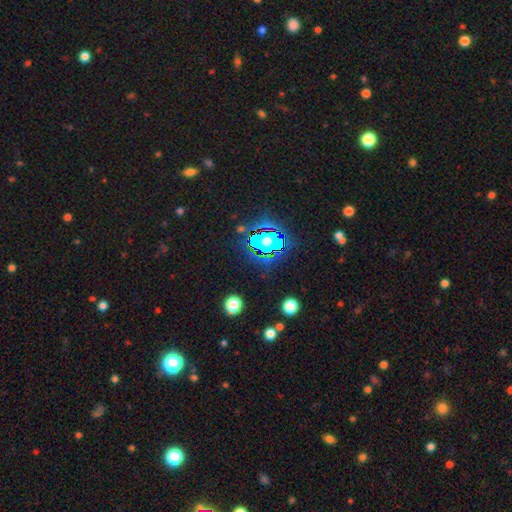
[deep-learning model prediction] smooth-or-featured: star or artifact: 79% | smooth: 13% | featured or disk: 8%